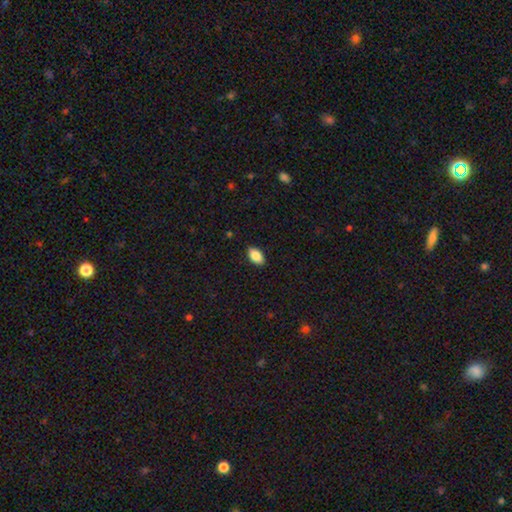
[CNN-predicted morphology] A smooth galaxy with no disk features (86%) that is in between round and cigar-shaped (93%).

Vote fractions:
- Smooth or featured? smooth: 86% / star or artifact: 7% / featured or disk: 6%
- How rounded? in between: 93% / round: 4% / cigar-shaped: 2%
- Merging? none: 89% / minor disturbance: 9% / major disturbance: 2% / merger: 1%